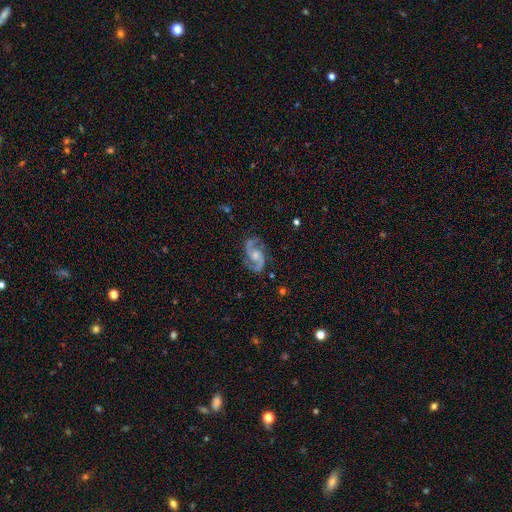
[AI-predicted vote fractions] Overall: featured or disk (92%). Edge-on disk: no (98%). Bar: no (61%; weak 33%). Spiral arms: yes (98%). Spiral arm count: 2 (94%). Spiral winding: medium (62%; loose 23%). Bulge size: small (45%; moderate 44%). Merging: none (80%).